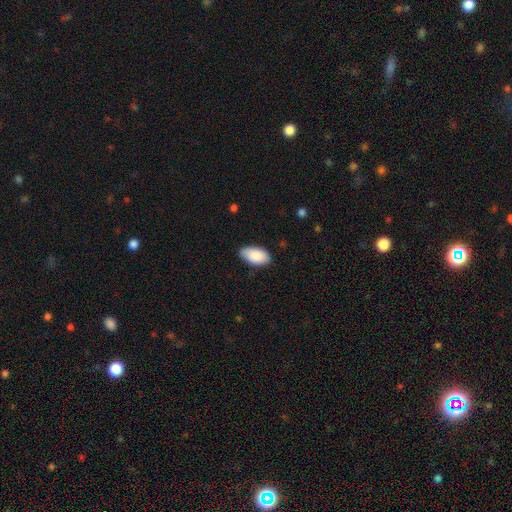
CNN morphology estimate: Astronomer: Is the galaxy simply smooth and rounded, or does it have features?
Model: smooth — 88%.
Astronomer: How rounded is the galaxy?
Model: in between — 95%.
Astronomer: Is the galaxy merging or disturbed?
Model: none — 80%.